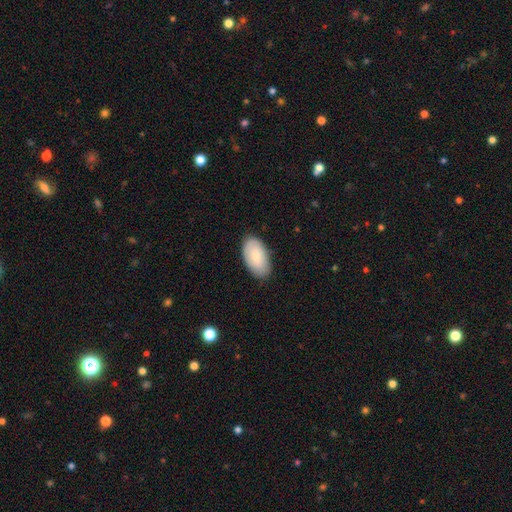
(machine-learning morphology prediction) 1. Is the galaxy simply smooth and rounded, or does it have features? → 78% smooth, 16% featured or disk, 6% star or artifact.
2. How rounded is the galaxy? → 95% in between, 3% round, 2% cigar-shaped.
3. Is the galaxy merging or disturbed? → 82% none, 15% minor disturbance, 2% major disturbance, 1% merger.